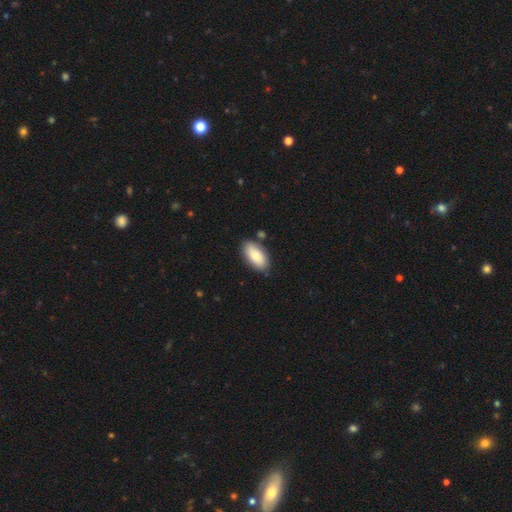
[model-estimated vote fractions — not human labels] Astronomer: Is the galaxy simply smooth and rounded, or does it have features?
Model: smooth — 82%.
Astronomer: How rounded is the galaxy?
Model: in between — 92%.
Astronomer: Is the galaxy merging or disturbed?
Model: none — 80%.